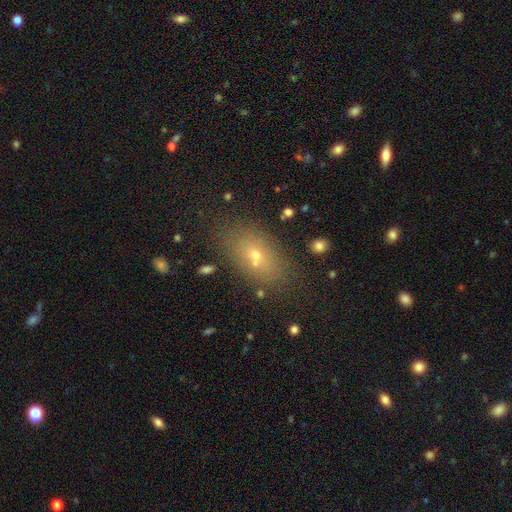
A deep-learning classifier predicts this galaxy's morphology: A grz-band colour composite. It shows a smooth galaxy with no disk features (64%) that is in between round and cigar-shaped (82%). Merging: none (83%).